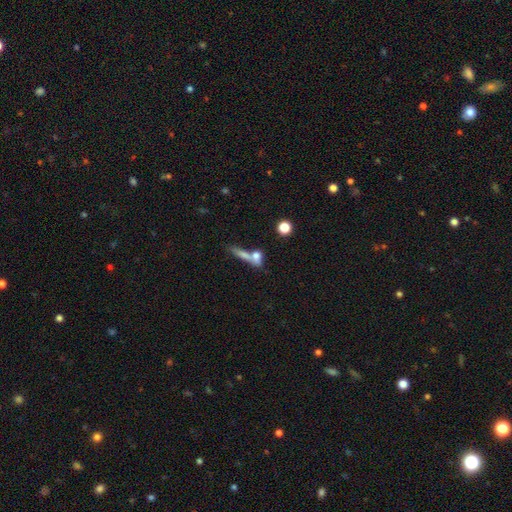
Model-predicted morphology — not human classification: Smooth or featured? smooth (64%)
How rounded? cigar-shaped (41%)
Merging? merger (43%)